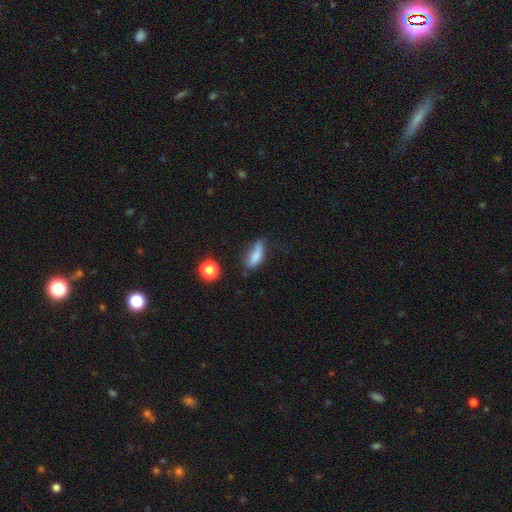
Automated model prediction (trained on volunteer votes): Smooth or featured? smooth (78%)
How rounded? in between (67%)
Merging? minor disturbance (39%, tied with none)